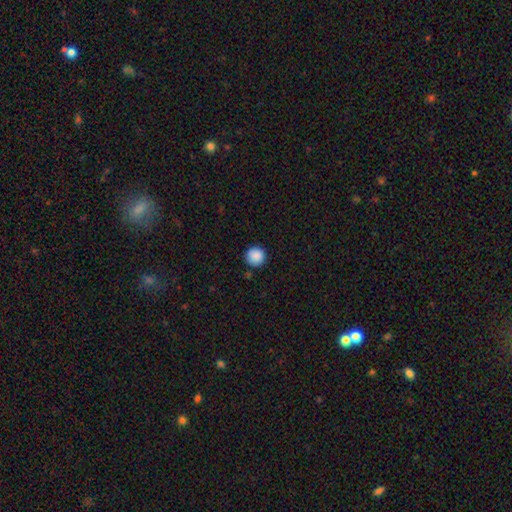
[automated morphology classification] Smooth or featured? smooth (88%)
How rounded? round (95%)
Merging? none (88%)